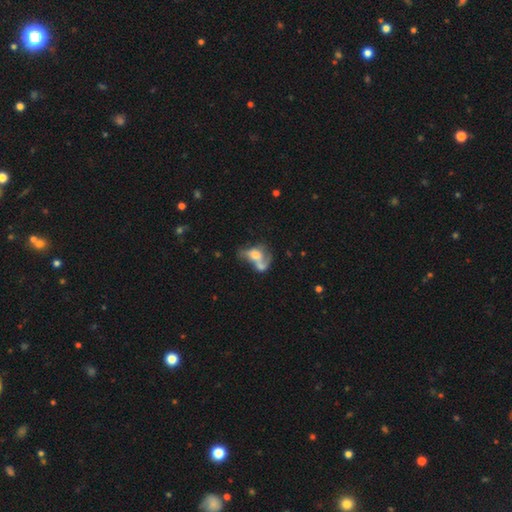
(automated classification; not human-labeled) Q: Smooth or featured?
A: smooth (49%); runner-up: featured or disk (40%)
Q: Merging?
A: merger (54%); runner-up: major disturbance (20%)